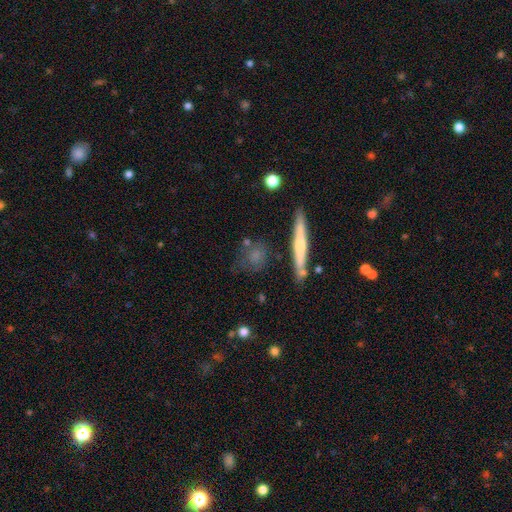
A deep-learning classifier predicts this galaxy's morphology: Smooth or featured? smooth (64%)
How rounded? round (46%)
Merging? none (68%)